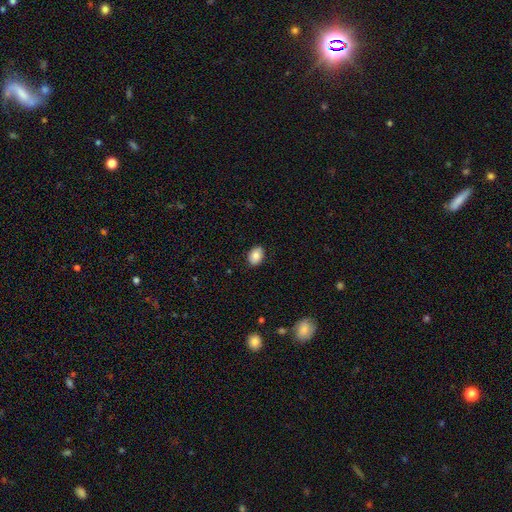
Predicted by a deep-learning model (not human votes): A smooth galaxy with no disk features (84%) that is in between round and cigar-shaped (78%).

Vote fractions:
- Smooth or featured? smooth: 84% / featured or disk: 8% / star or artifact: 8%
- How rounded? in between: 78% / round: 21% / cigar-shaped: 1%
- Merging? none: 87% / minor disturbance: 10% / major disturbance: 2% / merger: 1%